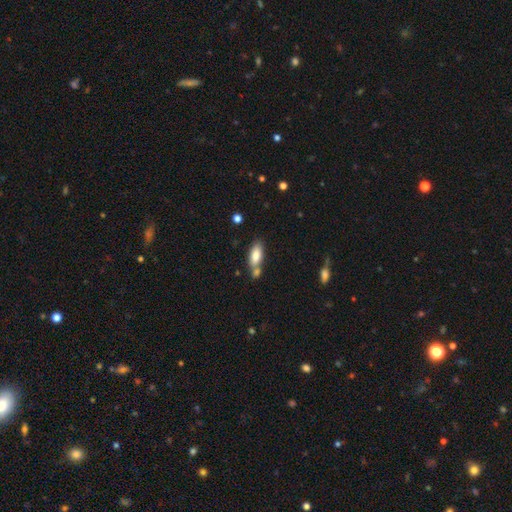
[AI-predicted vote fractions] Morphology: type=smooth (80%); roundness=in between (78%); merging=none (52%).